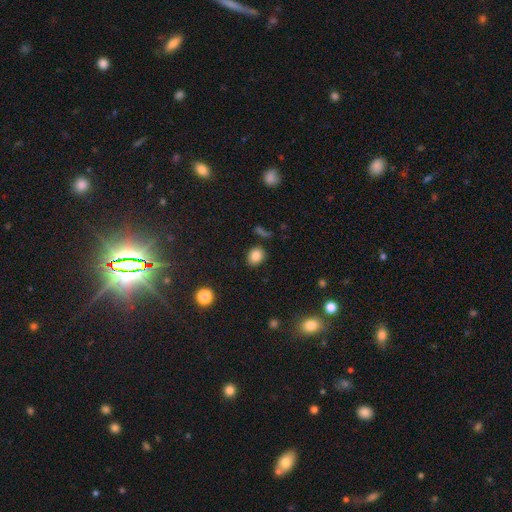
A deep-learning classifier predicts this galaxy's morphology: smooth 84%, star or artifact 10%, featured or disk 6%. Down the decision tree: how rounded — round (56%); merging — none (83%).